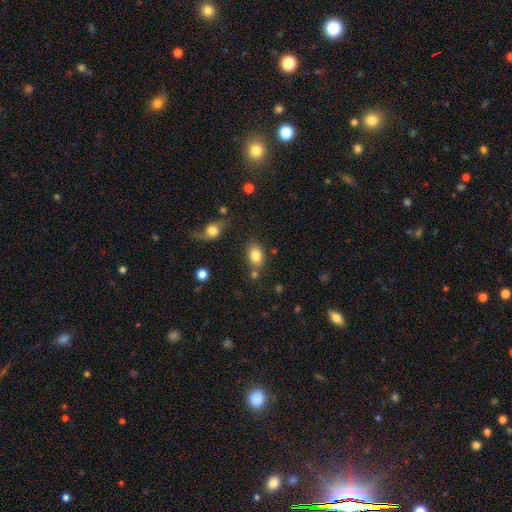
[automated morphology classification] smooth_or_featured: smooth (p=0.82) [alt: star or artifact p=0.09]
how_rounded: in between (p=0.72) [alt: round p=0.26]
merging: none (p=0.71) [alt: minor disturbance p=0.14]